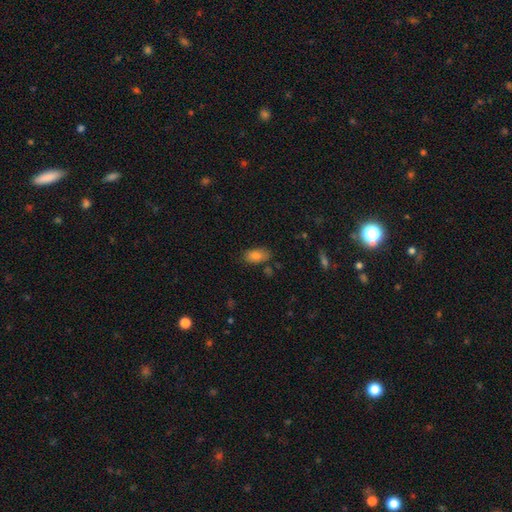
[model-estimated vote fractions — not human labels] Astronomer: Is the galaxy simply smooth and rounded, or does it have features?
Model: smooth — 84%.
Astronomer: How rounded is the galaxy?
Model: in between — 92%.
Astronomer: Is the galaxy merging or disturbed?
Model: none — 78%.